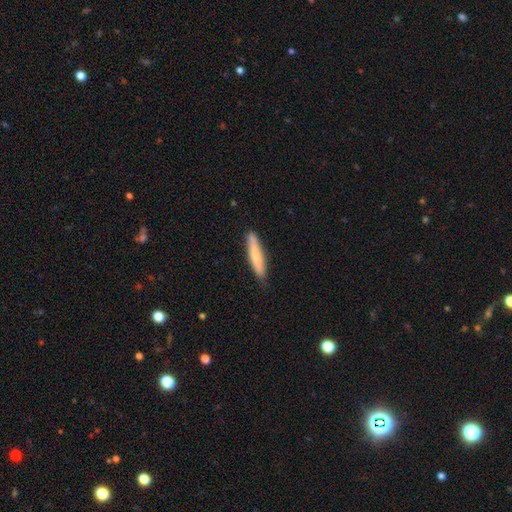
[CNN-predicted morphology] Smooth or featured? smooth (70%)
How rounded? cigar-shaped (90%)
Merging? none (87%)